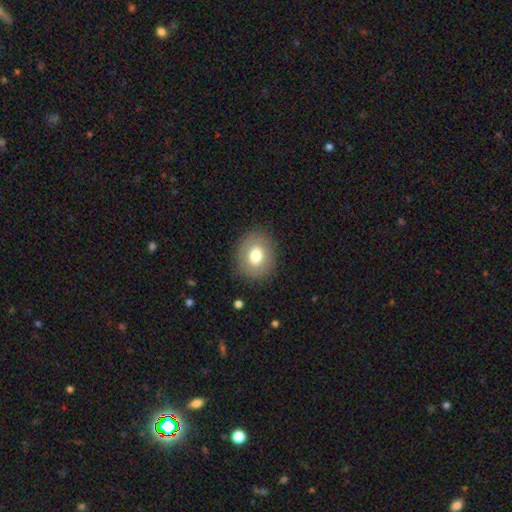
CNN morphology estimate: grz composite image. It shows a smooth galaxy with no disk features (73%) that is round (57%). Merging: none (86%).